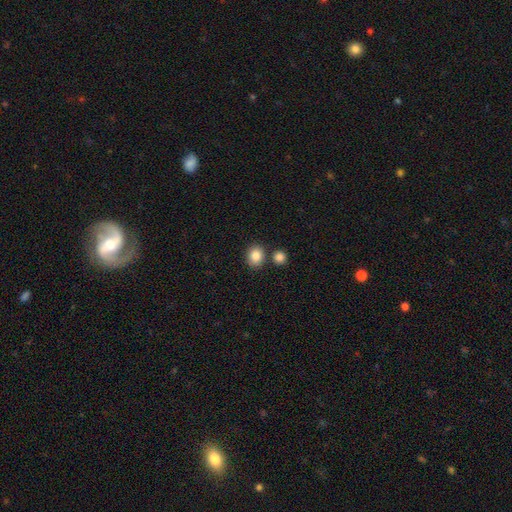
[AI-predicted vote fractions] Q: Smooth or featured?
A: smooth (86%); runner-up: star or artifact (9%)
Q: How rounded?
A: round (64%); runner-up: in between (35%)
Q: Merging?
A: none (77%); runner-up: merger (12%)